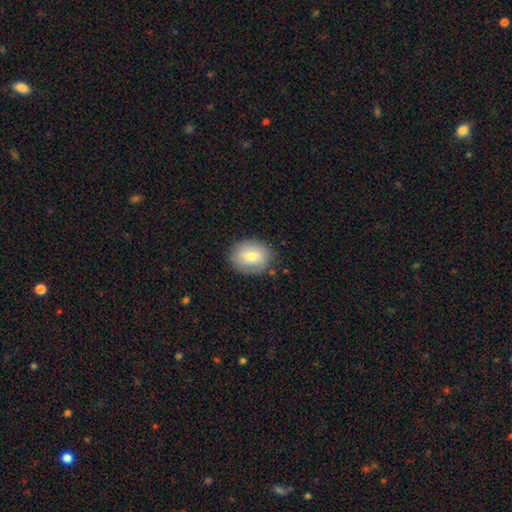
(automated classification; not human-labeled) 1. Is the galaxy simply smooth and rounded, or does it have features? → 61% smooth, 31% featured or disk, 7% star or artifact.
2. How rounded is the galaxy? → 50% round, 49% in between, 1% cigar-shaped.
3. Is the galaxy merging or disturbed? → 82% none, 13% minor disturbance, 4% major disturbance, 1% merger.